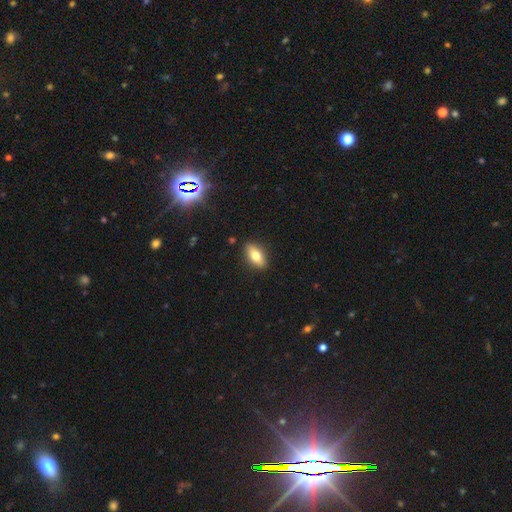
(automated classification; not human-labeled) Morphology: type=smooth (69%); roundness=in between (82%); merging=none (89%).